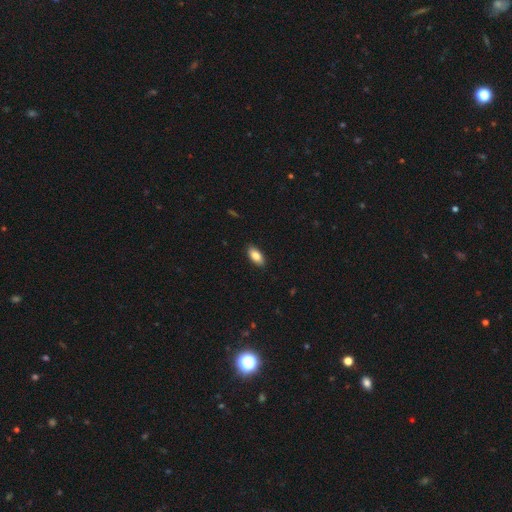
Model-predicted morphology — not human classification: The model was most divided on "smooth or featured": smooth: 86%, featured or disk: 7%, star or artifact: 7%. More confident: how rounded — in between (91%); merging — none (89%).